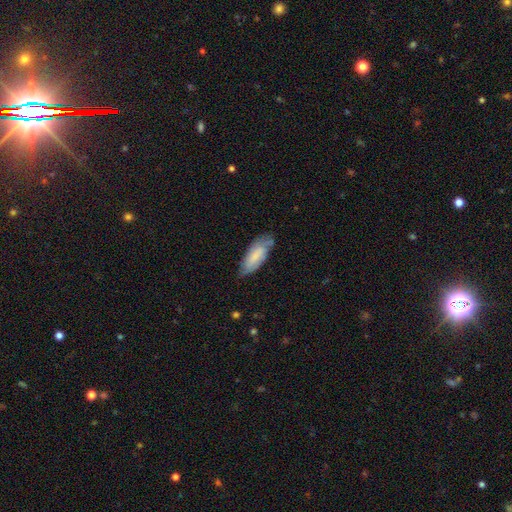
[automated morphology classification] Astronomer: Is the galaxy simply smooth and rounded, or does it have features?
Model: smooth — 66%.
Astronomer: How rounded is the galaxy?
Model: in between — 75%.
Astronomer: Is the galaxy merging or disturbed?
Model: none — 64%.